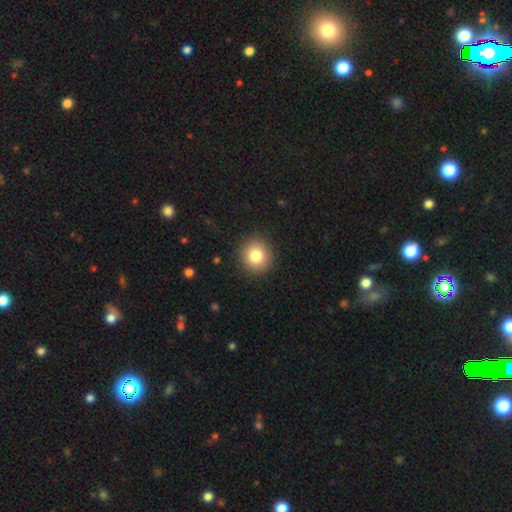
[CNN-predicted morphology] smooth 82%, star or artifact 10%, featured or disk 8%. Down the decision tree: how rounded — round (91%); merging — none (90%).